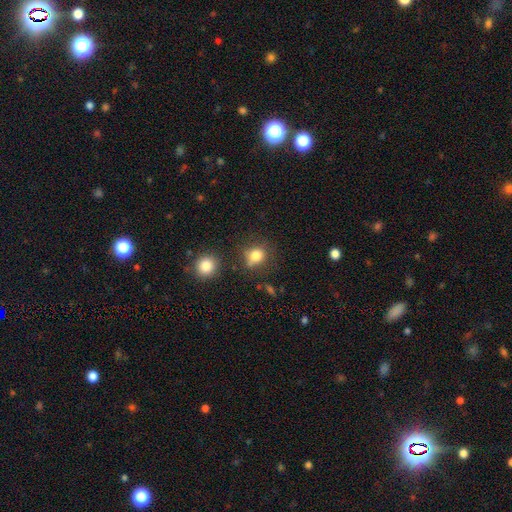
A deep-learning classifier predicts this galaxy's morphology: A smooth galaxy with no disk features (80%) that is round (70%). Merging: none (64%).